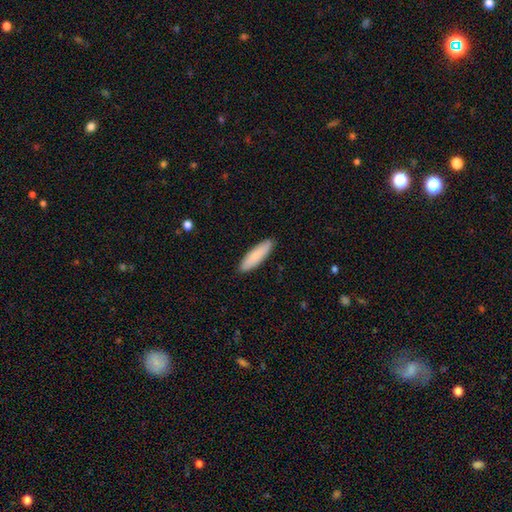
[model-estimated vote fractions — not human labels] The model was most divided on "how rounded": cigar-shaped: 67%, in between: 32%, round: 1%. More confident: merging — none (90%); smooth or featured — smooth (85%).